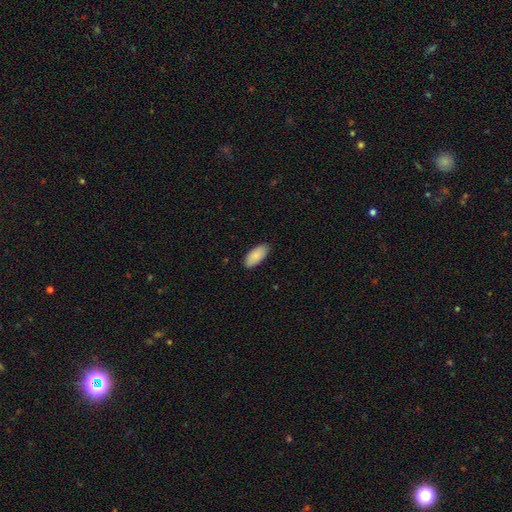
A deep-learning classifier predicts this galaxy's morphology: A smooth galaxy with no disk features (89%) that is in between round and cigar-shaped (92%). Merging: none (86%).